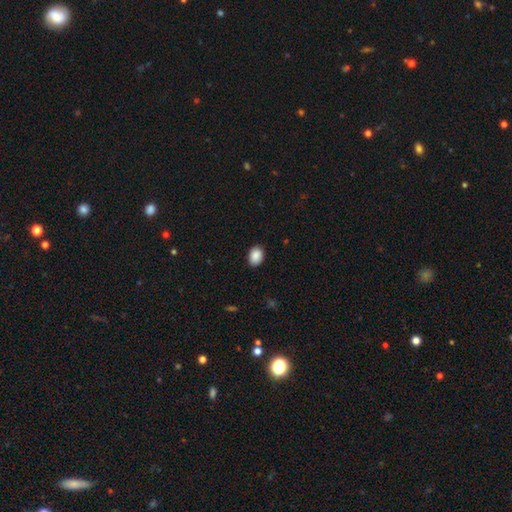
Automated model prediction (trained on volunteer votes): Q: Smooth or featured?
A: smooth (89%); runner-up: star or artifact (8%)
Q: How rounded?
A: in between (70%); runner-up: round (29%)
Q: Merging?
A: none (89%); runner-up: minor disturbance (8%)